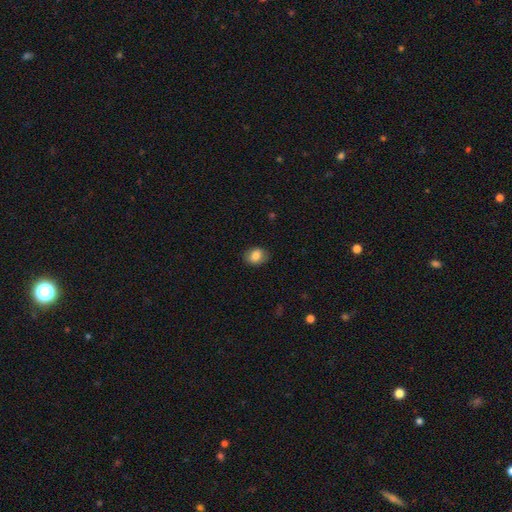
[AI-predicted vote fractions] This appears to be a smooth galaxy with no disk features (83%) that is in between round and cigar-shaped (64%). Merging: none (82%).